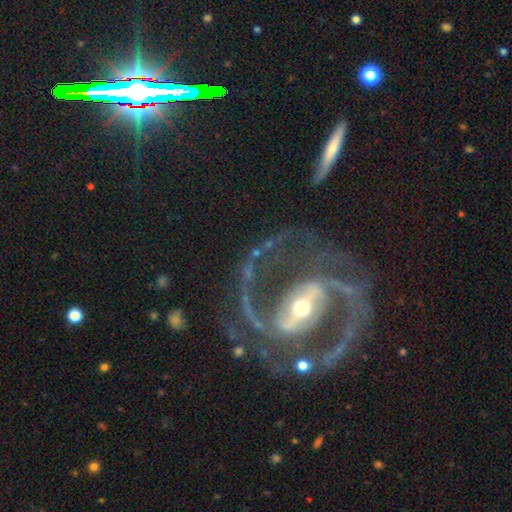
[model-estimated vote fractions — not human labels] This appears to be a featured or disk galaxy (91%) with a strong bar (61%), 2 (91%) medium (62%) spiral arms (98%) and a moderate central bulge (56%). Merging: none (75%).